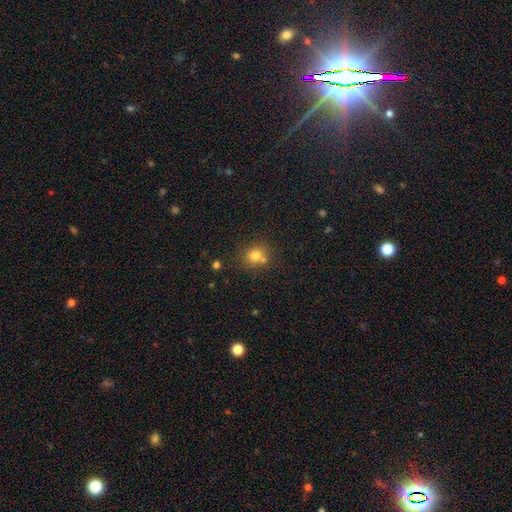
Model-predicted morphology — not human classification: Q: Smooth or featured?
A: smooth (74%); runner-up: star or artifact (15%)
Q: How rounded?
A: round (74%); runner-up: in between (25%)
Q: Merging?
A: none (59%); runner-up: merger (26%)